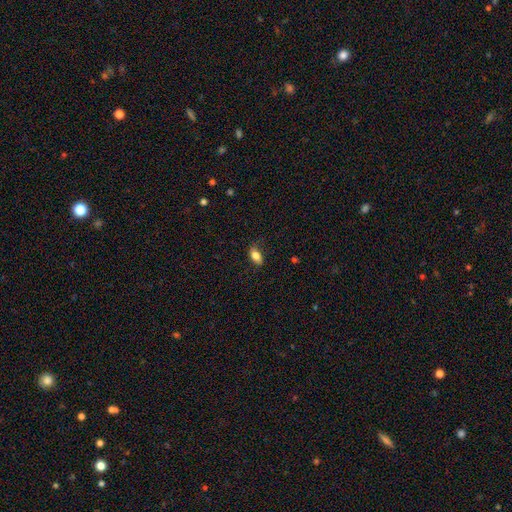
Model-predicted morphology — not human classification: smooth 81%, featured or disk 11%, star or artifact 8%. Down the decision tree: how rounded — in between (88%); merging — none (75%).